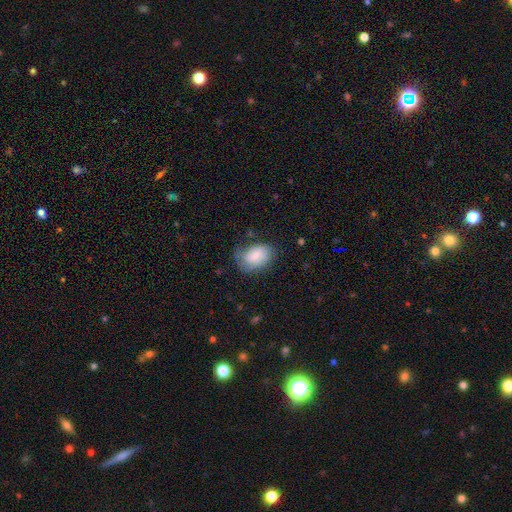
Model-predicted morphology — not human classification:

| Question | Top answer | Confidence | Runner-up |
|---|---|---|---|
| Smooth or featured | smooth | 71% | featured or disk (21%) |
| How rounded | in between | 81% | round (18%) |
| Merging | none | 51% | minor disturbance (33%) |